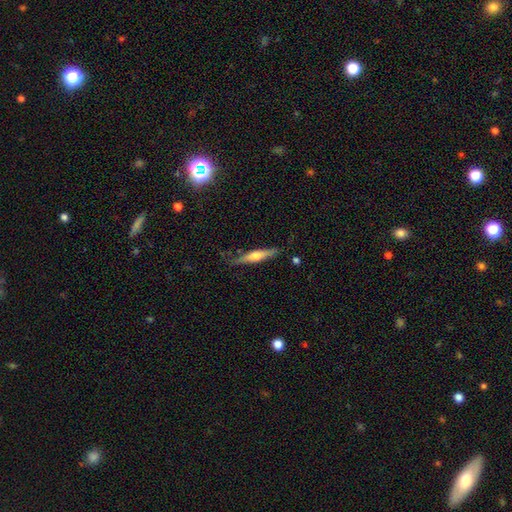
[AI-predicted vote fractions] A featured or disk galaxy (55%) viewed edge-on (95%) with a rounded central bulge (85%). Merging: none (78%).